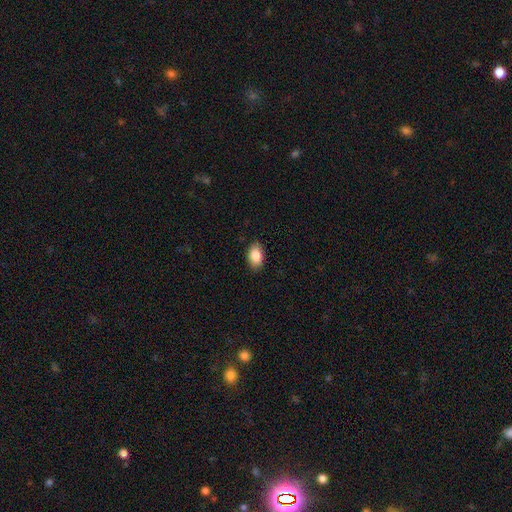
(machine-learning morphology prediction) smooth-or-featured: smooth: 87% | star or artifact: 7% | featured or disk: 6%
  how-rounded: in between: 90% | round: 9% | cigar-shaped: 2%
  merging: none: 87% | minor disturbance: 10% | major disturbance: 2% | merger: 1%